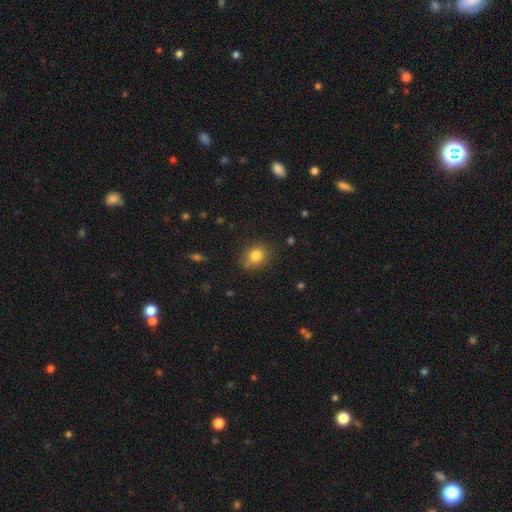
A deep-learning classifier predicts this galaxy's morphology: Smooth or featured? smooth (82%)
How rounded? round (65%)
Merging? none (79%)